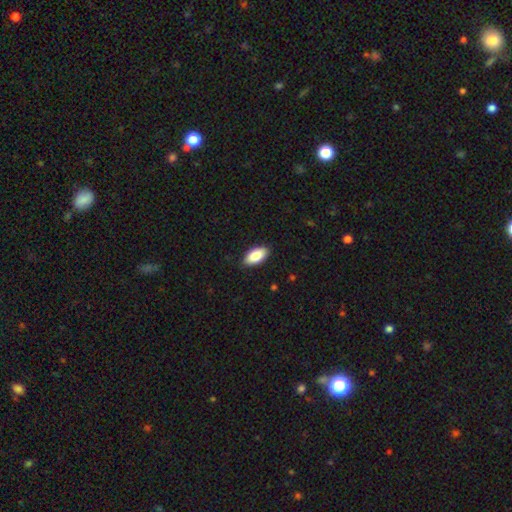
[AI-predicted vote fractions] smooth 85%, featured or disk 9%, star or artifact 6%. Down the decision tree: how rounded — in between (93%); merging — none (89%).